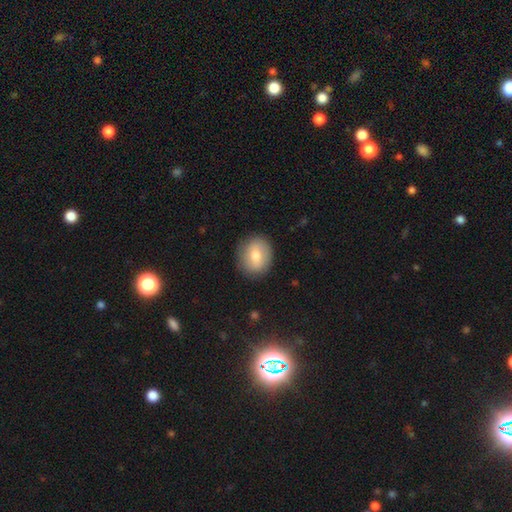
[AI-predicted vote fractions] Smooth or featured? smooth (72%)
How rounded? round (64%)
Merging? none (85%)